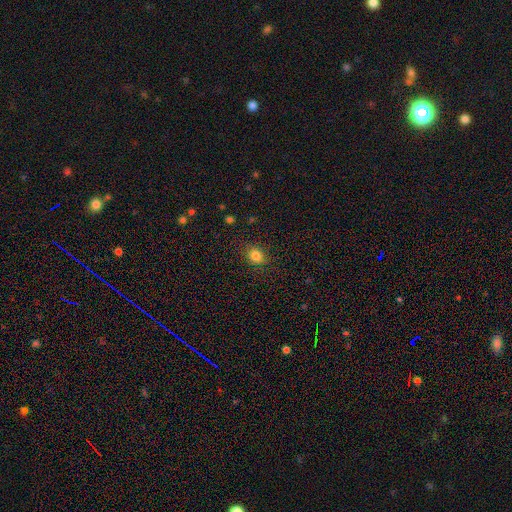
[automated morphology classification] Overall: smooth (82%). How rounded: round (55%; in between 44%). Merging: none (85%).